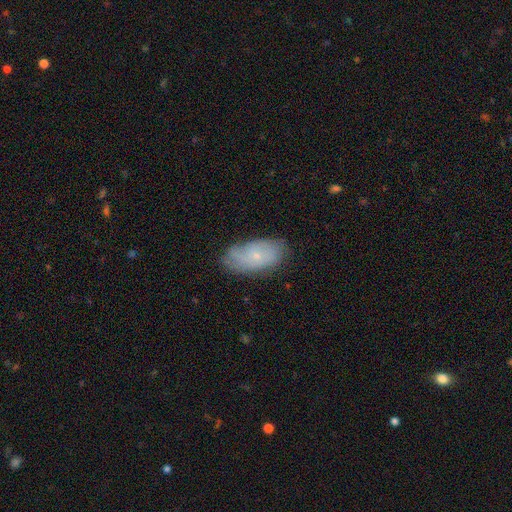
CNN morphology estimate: Overall: smooth (52%; featured or disk 40%). How rounded: in between (92%). Merging: none (69%).